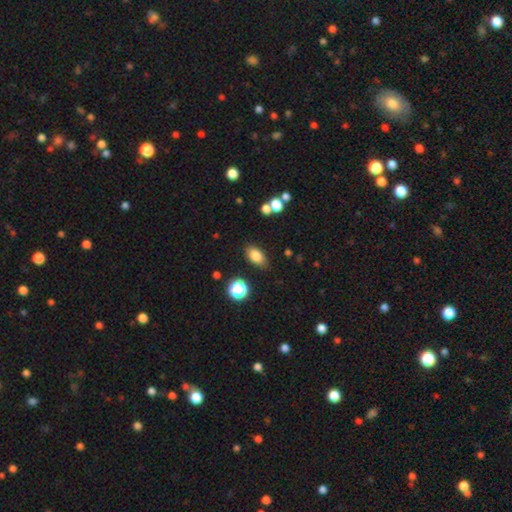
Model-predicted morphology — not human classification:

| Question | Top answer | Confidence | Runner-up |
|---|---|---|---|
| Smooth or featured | smooth | 81% | star or artifact (11%) |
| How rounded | in between | 86% | round (11%) |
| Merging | none | 83% | minor disturbance (11%) |